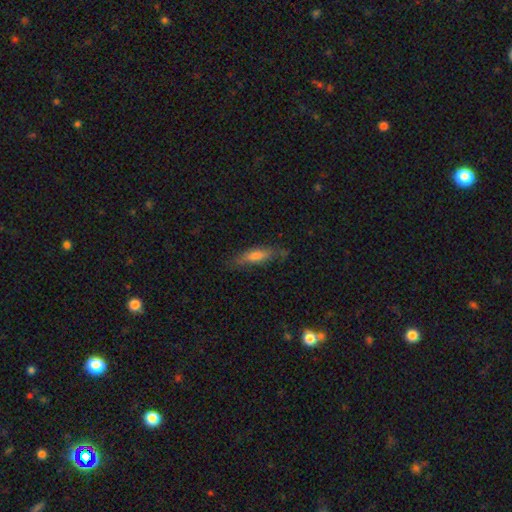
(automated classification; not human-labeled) This is possibly a smooth galaxy (58%). How rounded: likely cigar-shaped (66%). Merging: likely none (73%).